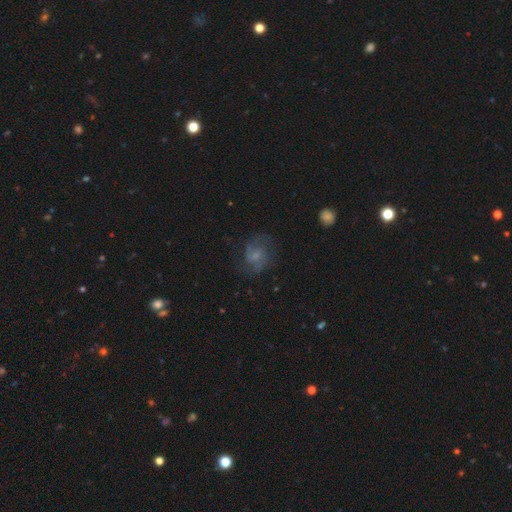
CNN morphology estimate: Smooth or featured: featured or disk — 69% (smooth — 21%)
Edge-on disk: no — 98% (yes — 2%)
Bar: weak — 50% (no — 41%)
Spiral arms: yes — 91% (no — 9%)
Spiral winding: medium — 53% (loose — 27%)
Spiral arm count: 2 — 79% (can't tell — 10%)
Bulge size: small — 47% (none — 27%)
Merging: none — 68% (minor disturbance — 18%)